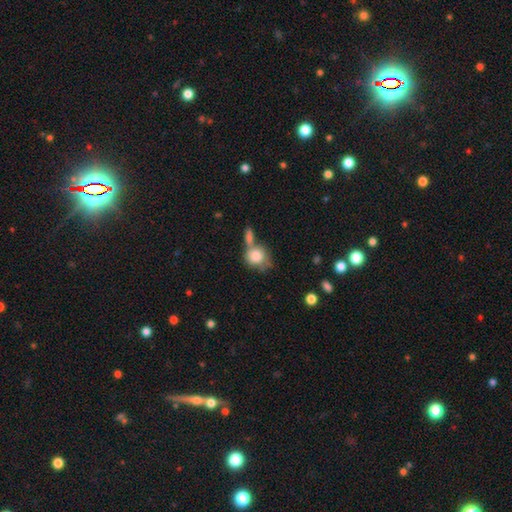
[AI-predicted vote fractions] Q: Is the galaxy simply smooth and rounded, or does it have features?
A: smooth — 80%.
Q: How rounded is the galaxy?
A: round — 75%.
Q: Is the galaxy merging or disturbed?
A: merger — 41%.